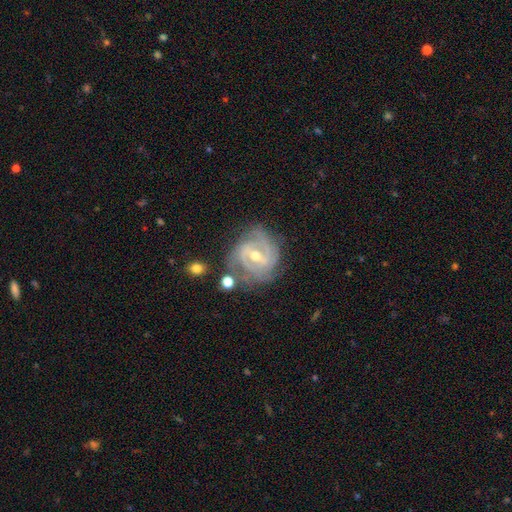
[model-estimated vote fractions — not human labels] Smooth or featured?
  - featured or disk: 89% *
  - star or artifact: 6%
  - smooth: 5%
Edge-on disk?
  - no: 97% *
  - yes: 3%
Bar?
  - weak: 49% *
  - strong: 31%
  - no: 20%
Spiral arms?
  - yes: 97% *
  - no: 3%
Spiral winding?
  - tight: 63% *
  - medium: 31%
  - loose: 6%
Spiral arm count?
  - 3: 37% *
  - 2: 29%
  - can't tell: 17%
  - 4: 10%
  - 1: 4%
  - more than 4: 4%
Bulge size?
  - moderate: 56% *
  - small: 41%
  - large: 1%
  - none: 1%
  - dominant: 1%
Merging?
  - none: 70% *
  - minor disturbance: 19%
  - major disturbance: 7%
  - merger: 4%